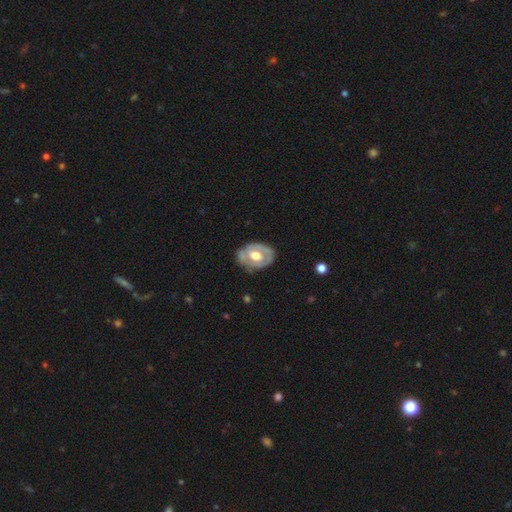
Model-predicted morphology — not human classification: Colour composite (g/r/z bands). It shows a featured or disk galaxy (65%) with no bar (60%), no spiral arms (62%) and a moderate central bulge (61%). Merging: none (71%).